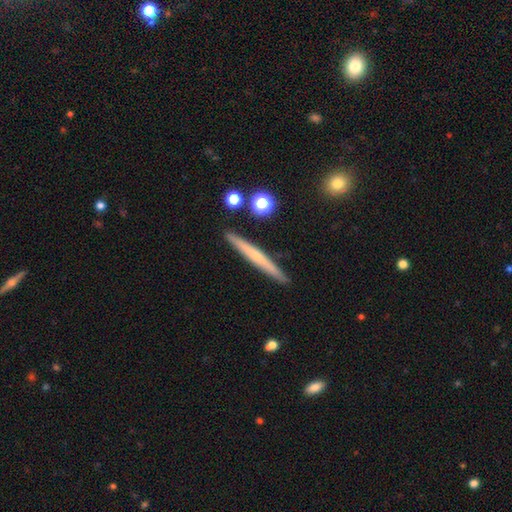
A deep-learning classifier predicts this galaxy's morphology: Overall: featured or disk (49%; smooth 45%). Merging: none (90%).